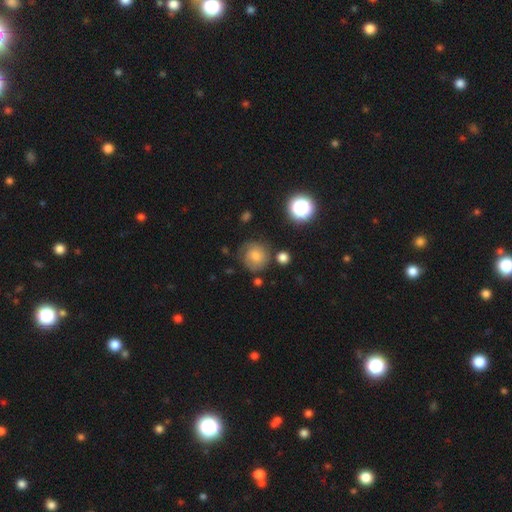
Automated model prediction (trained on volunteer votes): A smooth galaxy with no disk features (57%) that is round (87%).

Vote fractions:
- Smooth or featured? smooth: 57% / featured or disk: 31% / star or artifact: 12%
- How rounded? round: 87% / in between: 12% / cigar-shaped: 1%
- Merging? none: 68% / minor disturbance: 20% / major disturbance: 8% / merger: 4%